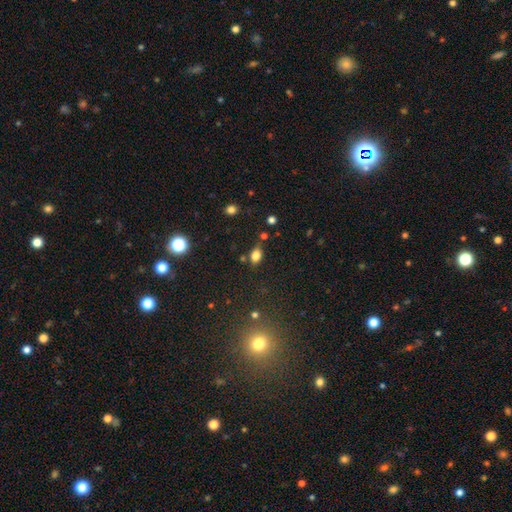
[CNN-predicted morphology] This appears to be a smooth galaxy with no disk features (80%) that is in between round and cigar-shaped (83%). Merging: none (72%).